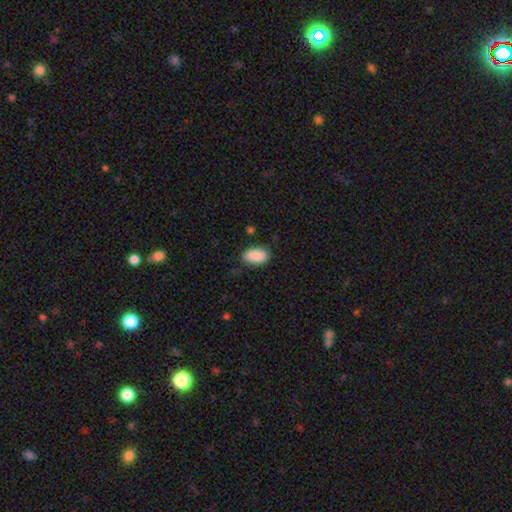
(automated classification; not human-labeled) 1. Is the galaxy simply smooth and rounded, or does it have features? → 88% smooth, 7% star or artifact, 5% featured or disk.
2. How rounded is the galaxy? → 93% in between, 4% round, 2% cigar-shaped.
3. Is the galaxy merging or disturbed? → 79% none, 16% minor disturbance, 3% major disturbance, 2% merger.